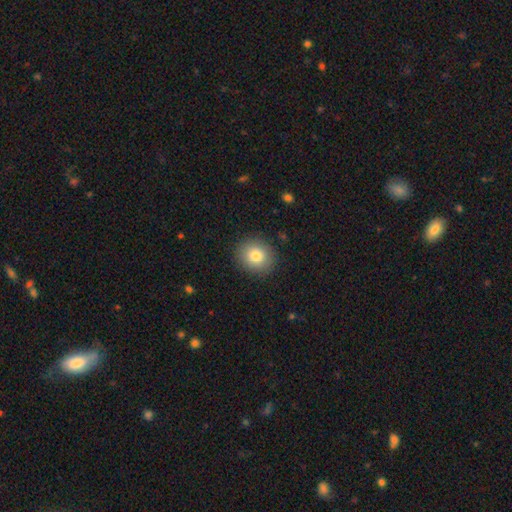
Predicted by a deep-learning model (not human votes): Smooth or featured?
  - smooth: 82% *
  - featured or disk: 9%
  - star or artifact: 9%
How rounded?
  - round: 77% *
  - in between: 22%
  - cigar-shaped: 1%
Merging?
  - none: 89% *
  - minor disturbance: 8%
  - major disturbance: 2%
  - merger: 1%